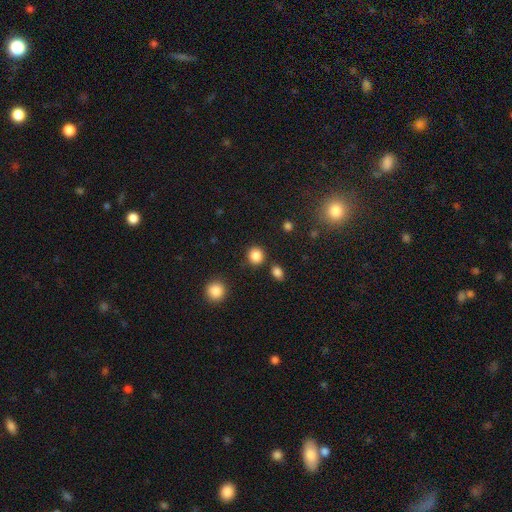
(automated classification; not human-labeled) Smooth or featured: smooth — 86% (star or artifact — 11%)
How rounded: round — 83% (in between — 16%)
Merging: none — 83% (minor disturbance — 8%)